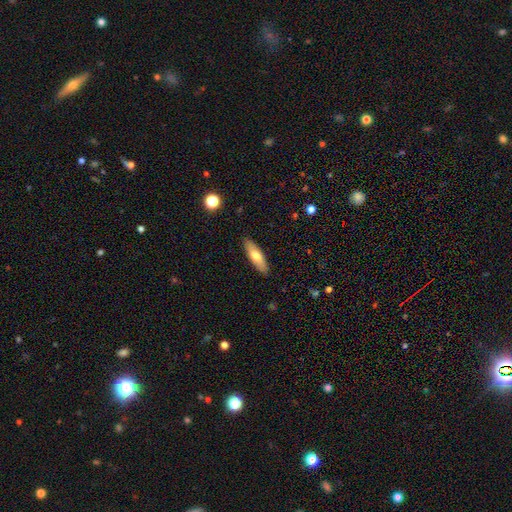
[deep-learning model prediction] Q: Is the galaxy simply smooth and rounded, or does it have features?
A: smooth — 67%.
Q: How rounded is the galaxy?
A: cigar-shaped — 54%.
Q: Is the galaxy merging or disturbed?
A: none — 89%.